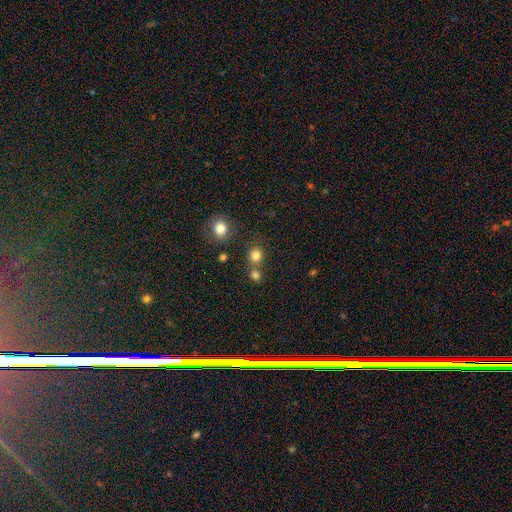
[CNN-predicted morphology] Overall: smooth (80%). How rounded: round (86%). Merging: none (66%).